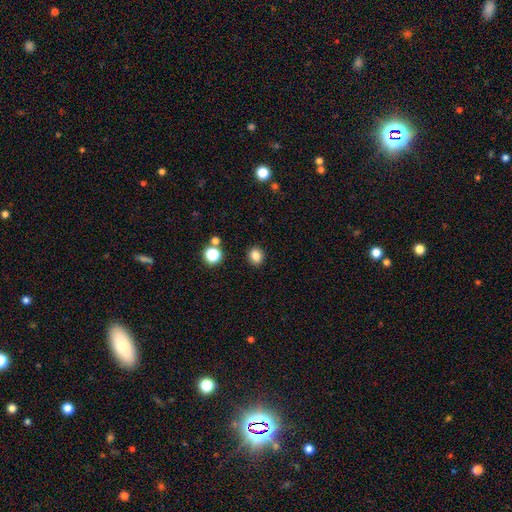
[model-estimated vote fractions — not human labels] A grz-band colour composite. It shows a smooth galaxy with no disk features (82%) that is round (67%). Merging: none (90%).